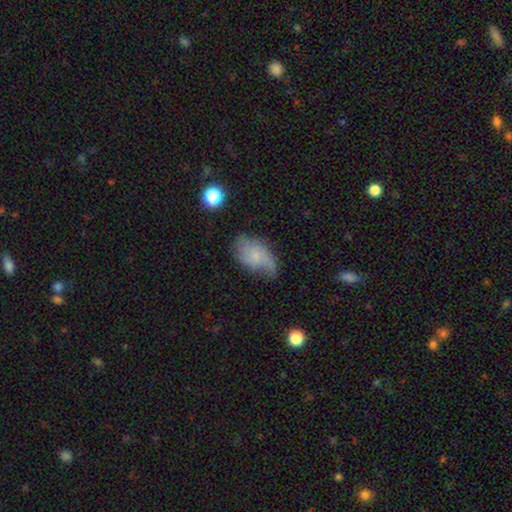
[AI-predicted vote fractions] Smooth or featured? smooth (49%)
Merging? none (53%)